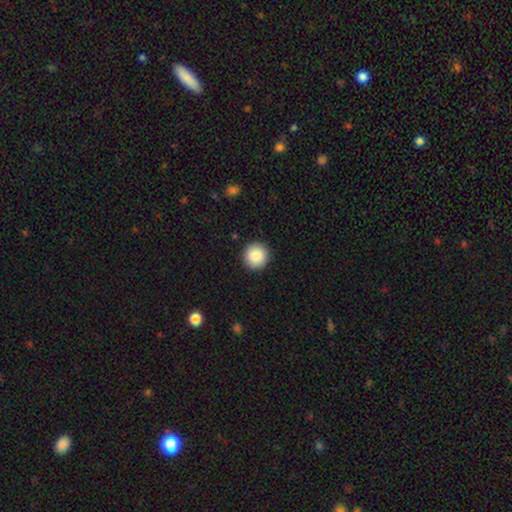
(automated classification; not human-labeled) Smooth or featured?
  - smooth: 88% *
  - star or artifact: 8%
  - featured or disk: 4%
How rounded?
  - round: 96% *
  - in between: 3%
  - cigar-shaped: 1%
Merging?
  - none: 92% *
  - minor disturbance: 5%
  - major disturbance: 2%
  - merger: 1%